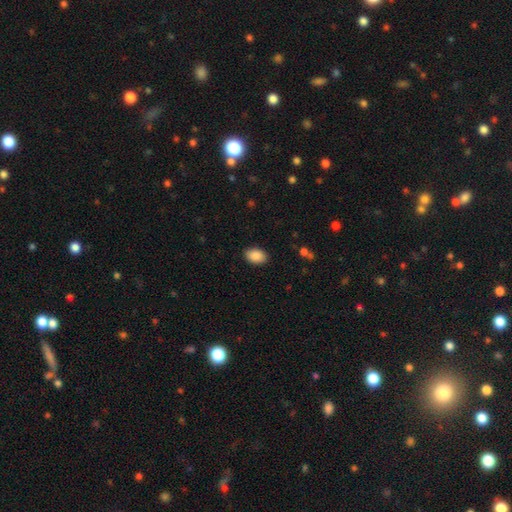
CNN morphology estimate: Smooth or featured?
  - smooth: 88% *
  - star or artifact: 7%
  - featured or disk: 5%
How rounded?
  - in between: 88% *
  - round: 11%
  - cigar-shaped: 1%
Merging?
  - none: 89% *
  - minor disturbance: 8%
  - major disturbance: 2%
  - merger: 1%